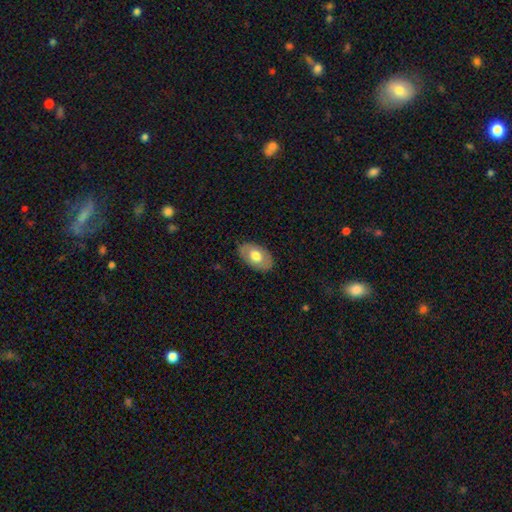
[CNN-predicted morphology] A smooth galaxy with no disk features (61%) that is in between round and cigar-shaped (91%).

Vote fractions:
- Smooth or featured? smooth: 61% / featured or disk: 33% / star or artifact: 6%
- How rounded? in between: 91% / round: 8% / cigar-shaped: 1%
- Merging? none: 83% / minor disturbance: 13% / major disturbance: 3% / merger: 1%